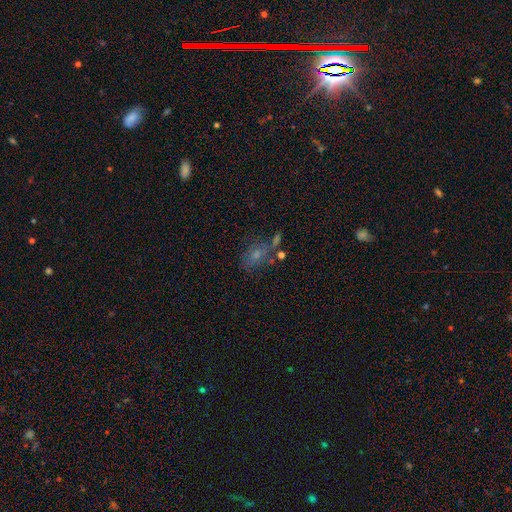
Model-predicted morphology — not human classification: smooth-or-featured: smooth: 50% | featured or disk: 29% | star or artifact: 21%
  how-rounded: in between: 72% | round: 25% | cigar-shaped: 3%
  merging: none: 49% | minor disturbance: 20% | merger: 18% | major disturbance: 13%